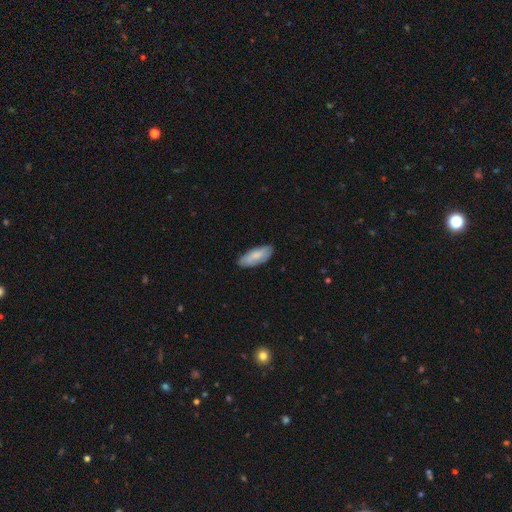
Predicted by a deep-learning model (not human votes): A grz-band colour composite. It shows a smooth galaxy with no disk features (70%) that is in between round and cigar-shaped (82%). Merging: none (78%).